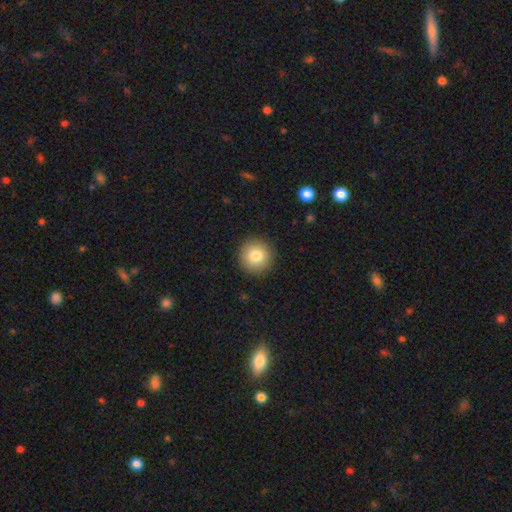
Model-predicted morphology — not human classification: A smooth galaxy with no disk features (82%) that is round (95%).

Vote fractions:
- Smooth or featured? smooth: 82% / star or artifact: 9% / featured or disk: 9%
- How rounded? round: 95% / in between: 4% / cigar-shaped: 1%
- Merging? none: 92% / minor disturbance: 5% / major disturbance: 2% / merger: 1%